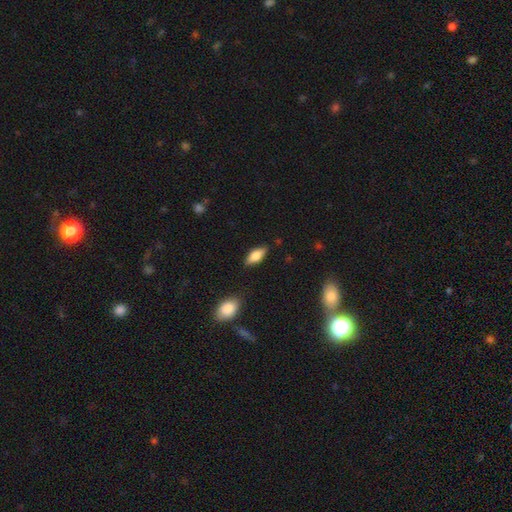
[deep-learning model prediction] smooth_or_featured: smooth (p=0.73) [alt: featured or disk p=0.20]
how_rounded: in between (p=0.83) [alt: cigar-shaped p=0.14]
merging: none (p=0.85) [alt: minor disturbance p=0.11]